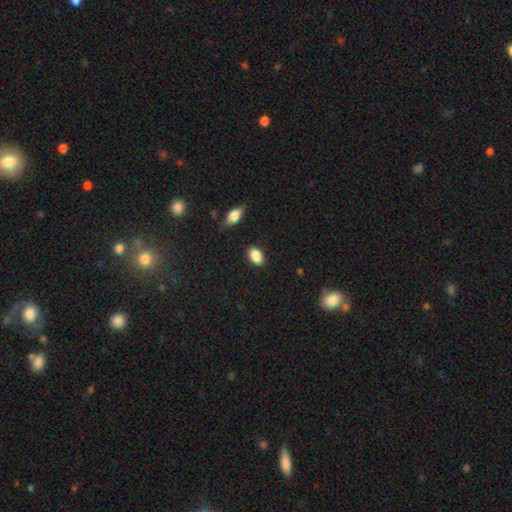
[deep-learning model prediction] smooth 87%, star or artifact 8%, featured or disk 5%. Down the decision tree: how rounded — in between (88%); merging — none (87%).